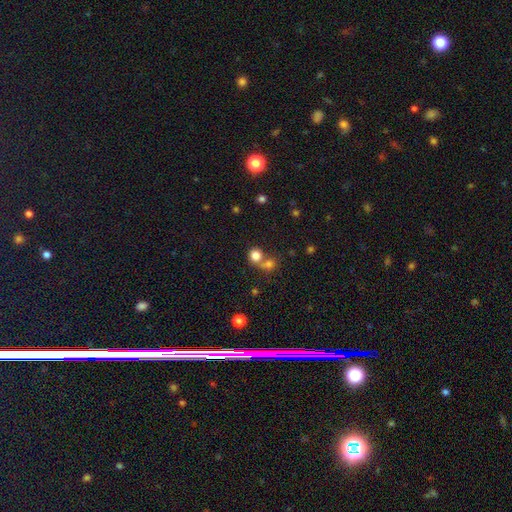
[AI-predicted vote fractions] Morphology: type=smooth (79%); roundness=round (86%); merging=none (51%).